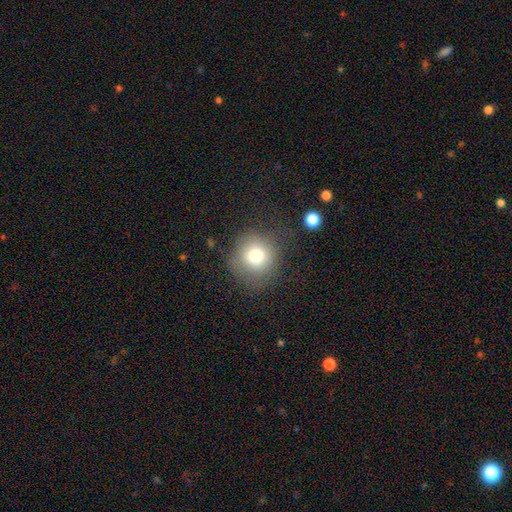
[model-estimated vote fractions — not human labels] smooth-or-featured: smooth: 77% | star or artifact: 12% | featured or disk: 11%
  how-rounded: round: 90% | in between: 9% | cigar-shaped: 1%
  merging: none: 72% | minor disturbance: 16% | major disturbance: 9% | merger: 3%